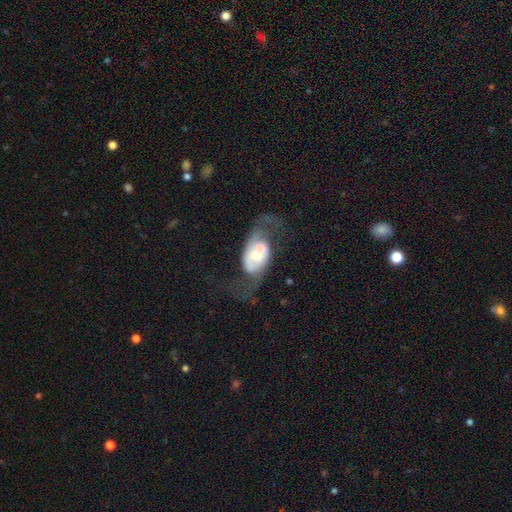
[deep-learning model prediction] Smooth or featured?
  - featured or disk: 64% *
  - smooth: 29%
  - star or artifact: 7%
Edge-on disk?
  - no: 94% *
  - yes: 6%
Bar?
  - no: 63% *
  - weak: 28%
  - strong: 10%
Spiral arms?
  - yes: 66% *
  - no: 34%
Bulge size?
  - moderate: 46% *
  - small: 29%
  - large: 16%
  - none: 4%
  - dominant: 4%
Merging?
  - major disturbance: 30% *
  - none: 28%
  - merger: 27%
  - minor disturbance: 15%